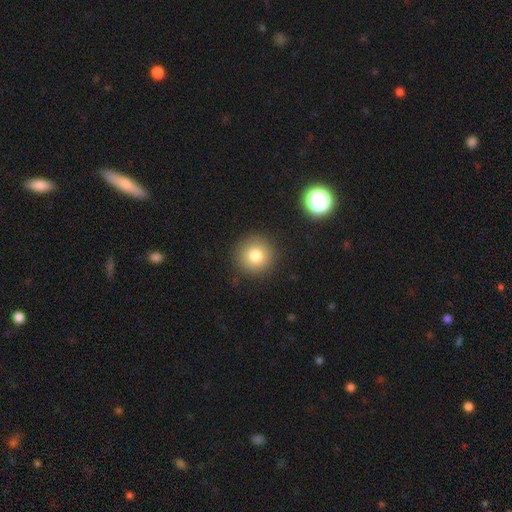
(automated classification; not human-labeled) Overall: smooth (80%). How rounded: round (95%). Merging: none (90%).